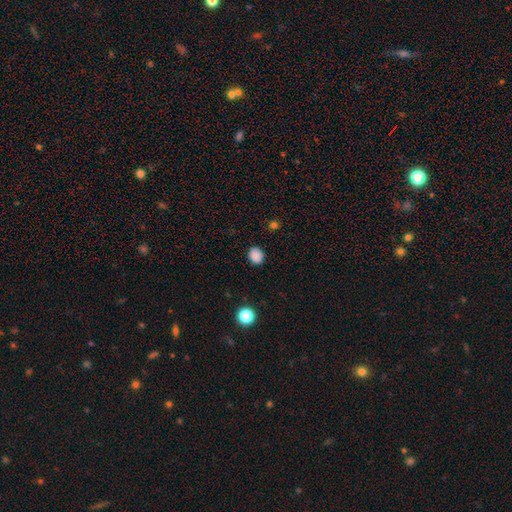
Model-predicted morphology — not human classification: Smooth or featured: smooth — 86% (star or artifact — 11%)
How rounded: round — 54% (in between — 45%)
Merging: none — 85% (minor disturbance — 11%)